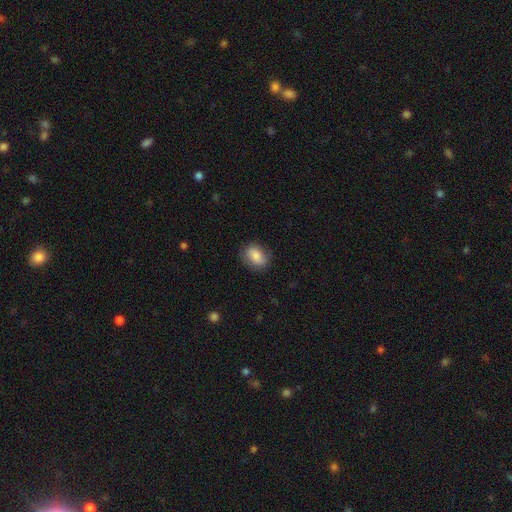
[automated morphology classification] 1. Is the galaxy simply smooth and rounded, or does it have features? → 82% smooth, 11% featured or disk, 8% star or artifact.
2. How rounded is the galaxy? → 68% in between, 31% round, 1% cigar-shaped.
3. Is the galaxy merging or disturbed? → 79% none, 16% minor disturbance, 4% major disturbance, 1% merger.